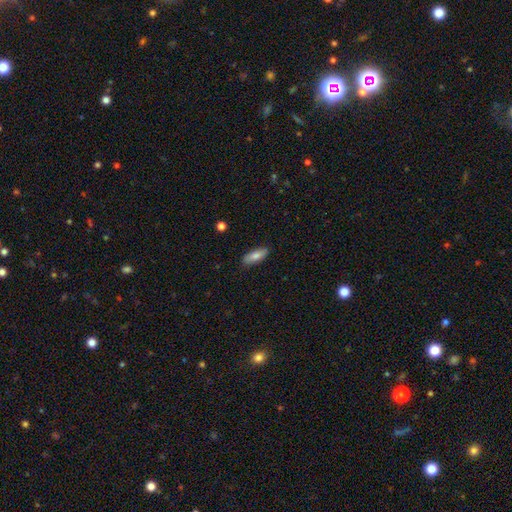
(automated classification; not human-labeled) A smooth galaxy with no disk features (77%) that is in between round and cigar-shaped (64%).

Vote fractions:
- Smooth or featured? smooth: 77% / featured or disk: 17% / star or artifact: 6%
- How rounded? in between: 64% / cigar-shaped: 34% / round: 2%
- Merging? none: 87% / minor disturbance: 10% / major disturbance: 2% / merger: 1%